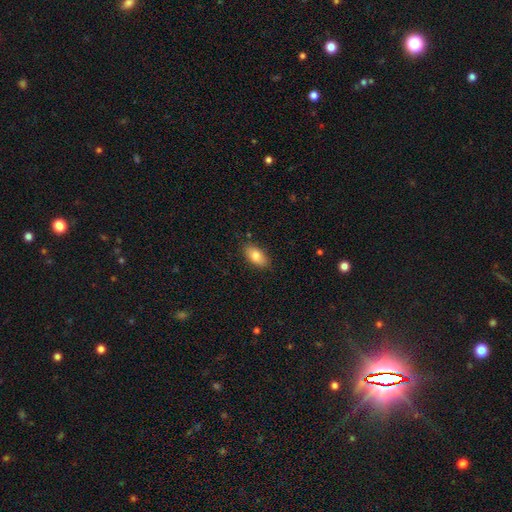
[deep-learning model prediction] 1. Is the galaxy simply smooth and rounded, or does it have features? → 81% smooth, 12% featured or disk, 7% star or artifact.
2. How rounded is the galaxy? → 91% in between, 5% cigar-shaped, 4% round.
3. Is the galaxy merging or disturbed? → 86% none, 11% minor disturbance, 2% major disturbance, 1% merger.